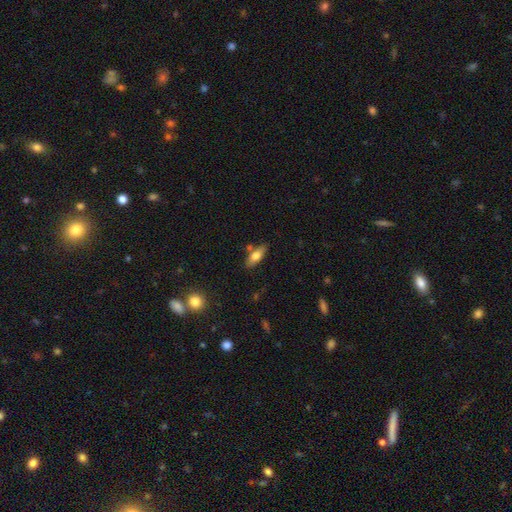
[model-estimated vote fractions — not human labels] This is likely a smooth galaxy (69%). How rounded: likely in between (70%). Merging: likely none (75%).